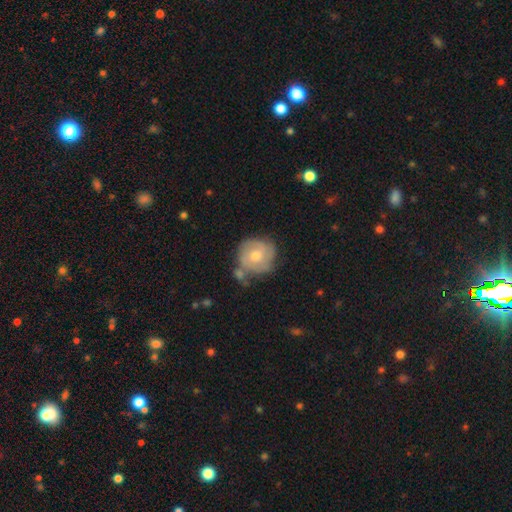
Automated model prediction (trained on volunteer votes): Smooth or featured? featured or disk (53%)
Edge-on disk? no (97%)
Bar? no (73%)
Spiral arms? yes (72%)
Bulge size? moderate (73%)
Merging? none (60%)